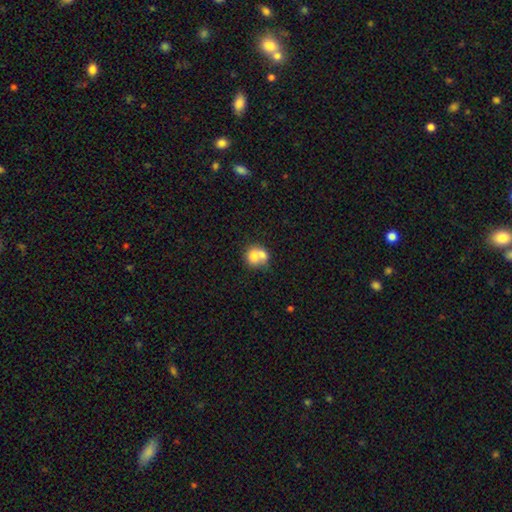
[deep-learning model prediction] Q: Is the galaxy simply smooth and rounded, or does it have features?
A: smooth — 69%.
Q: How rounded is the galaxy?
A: round — 70%.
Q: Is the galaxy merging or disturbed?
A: merger — 64%.